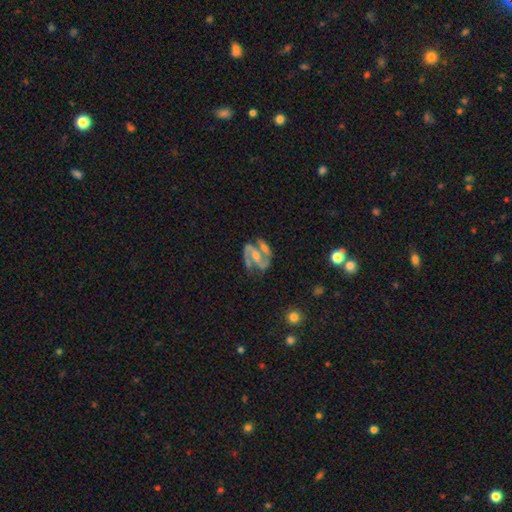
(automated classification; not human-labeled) A featured or disk galaxy (83%) with a strong bar (40%), 2 (86%) medium (53%) spiral arms (91%) and a moderate central bulge (47%). Merging: none (58%).